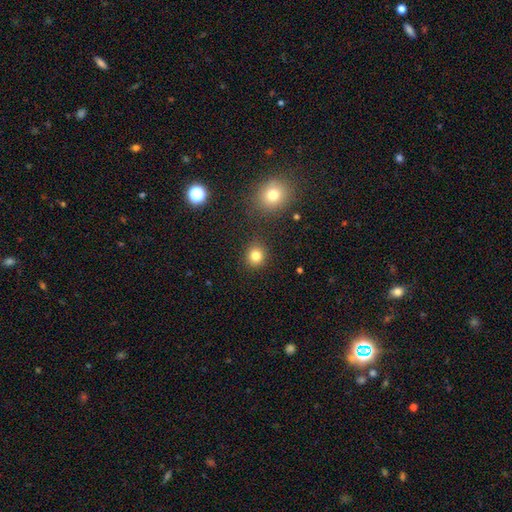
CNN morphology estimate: Smooth or featured? smooth (81%)
How rounded? round (85%)
Merging? none (87%)